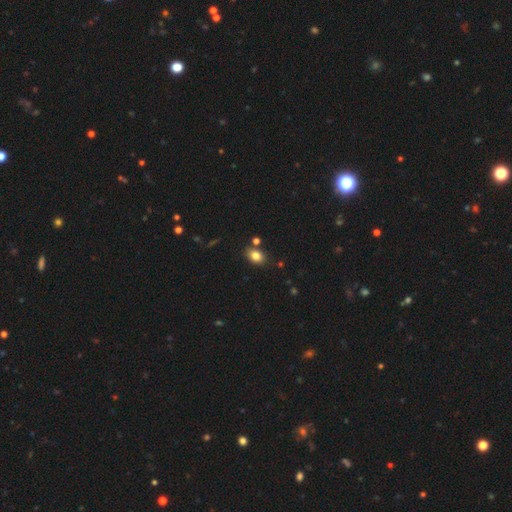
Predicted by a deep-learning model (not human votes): Smooth or featured?
  - smooth: 82% *
  - star or artifact: 11%
  - featured or disk: 8%
How rounded?
  - in between: 73% *
  - round: 25%
  - cigar-shaped: 1%
Merging?
  - none: 78% *
  - minor disturbance: 11%
  - merger: 8%
  - major disturbance: 3%